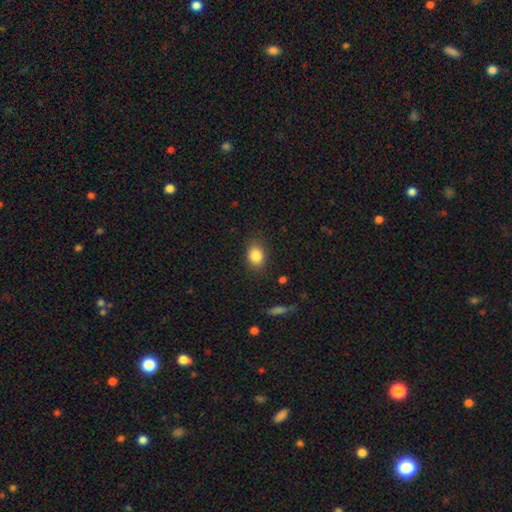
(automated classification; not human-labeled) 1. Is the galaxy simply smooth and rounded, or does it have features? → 85% smooth, 9% star or artifact, 6% featured or disk.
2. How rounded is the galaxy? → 60% in between, 39% round, 1% cigar-shaped.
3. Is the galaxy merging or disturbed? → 83% none, 13% minor disturbance, 3% major disturbance, 1% merger.